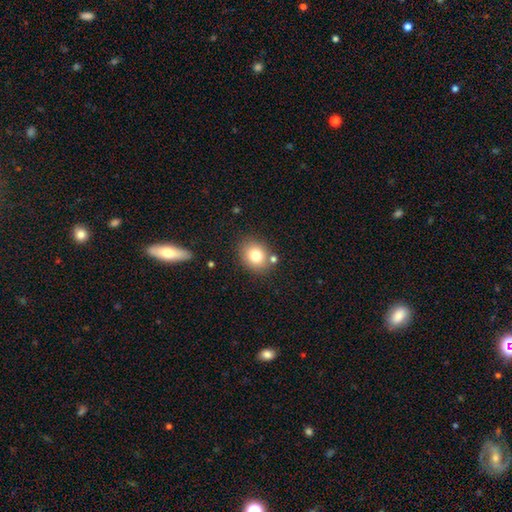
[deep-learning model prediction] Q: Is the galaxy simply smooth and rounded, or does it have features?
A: smooth — 78%.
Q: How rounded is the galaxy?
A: round — 60%.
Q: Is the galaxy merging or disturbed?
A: none — 78%.